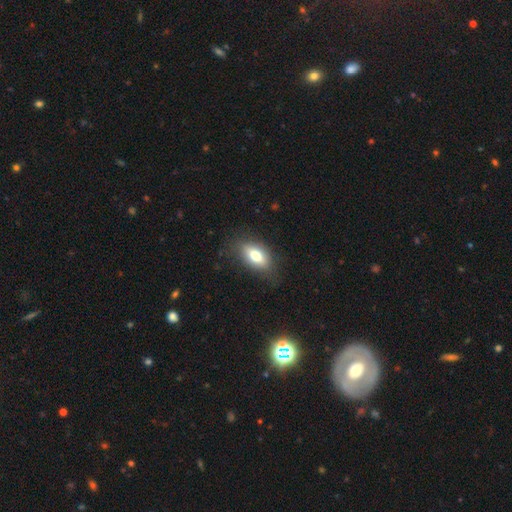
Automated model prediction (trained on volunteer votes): Smooth or featured? smooth (68%)
How rounded? in between (84%)
Merging? none (78%)